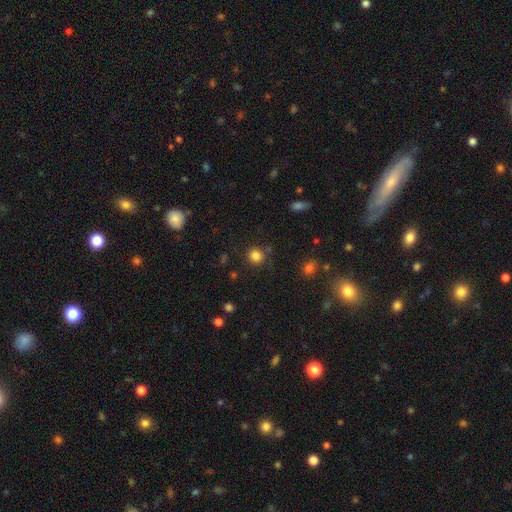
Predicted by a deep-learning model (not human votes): This appears to be a smooth galaxy with no disk features (83%) that is round (89%). Merging: none (84%).